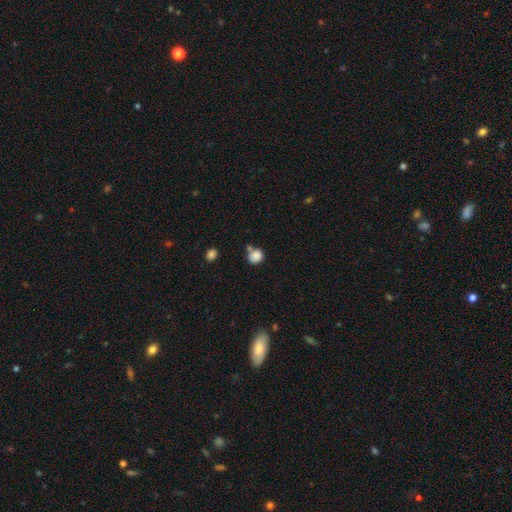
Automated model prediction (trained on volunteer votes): Smooth or featured: smooth — 85% (star or artifact — 10%)
How rounded: round — 80% (in between — 19%)
Merging: none — 57% (merger — 20%)